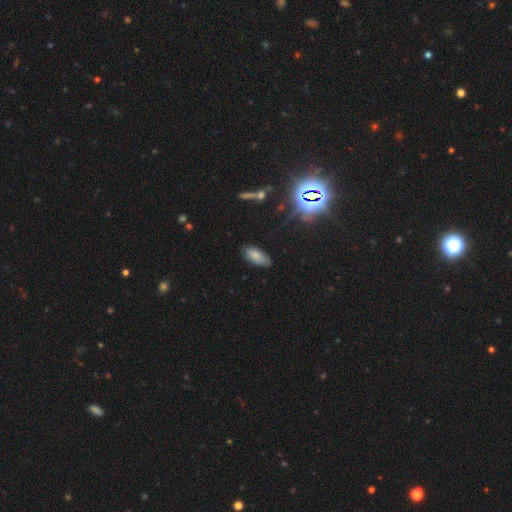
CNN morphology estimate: The model was most divided on "merging": none: 78%, minor disturbance: 17%, major disturbance: 3%, merger: 1%. More confident: how rounded — in between (89%); smooth or featured — smooth (77%).